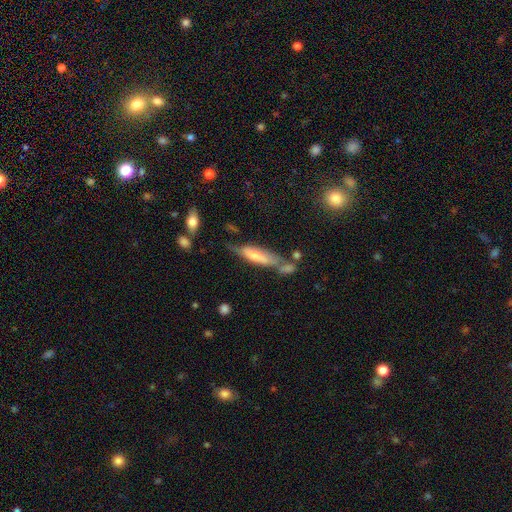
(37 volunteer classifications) Smooth or featured? 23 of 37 (62%) said smooth. How rounded? 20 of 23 (87%) said cigar-shaped. Merging? 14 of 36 (39%) said none.